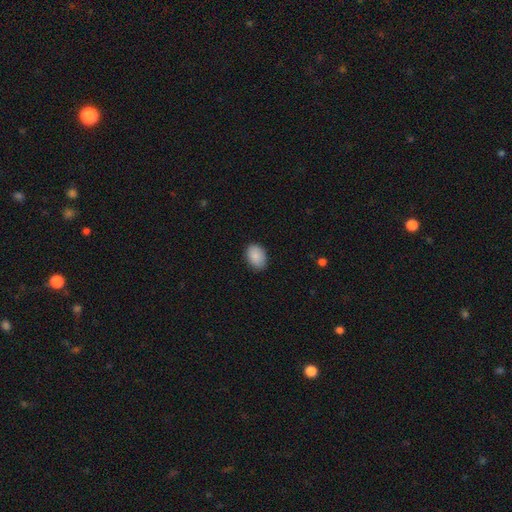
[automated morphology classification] smooth 89%, star or artifact 7%, featured or disk 4%. Down the decision tree: how rounded — in between (80%); merging — none (85%).